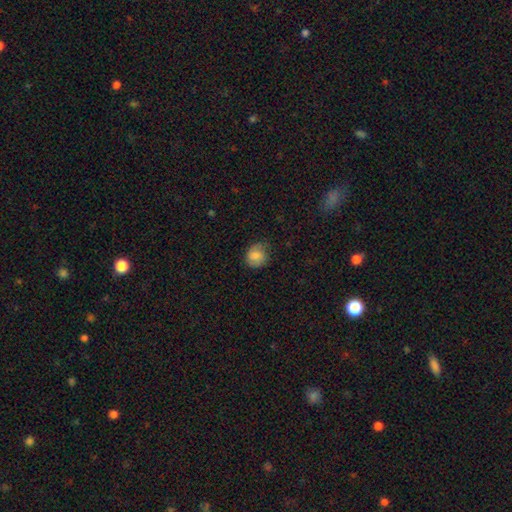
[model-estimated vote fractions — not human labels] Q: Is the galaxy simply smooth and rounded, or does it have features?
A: smooth — 75%.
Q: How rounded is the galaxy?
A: round — 74%.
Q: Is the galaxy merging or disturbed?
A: none — 66%.